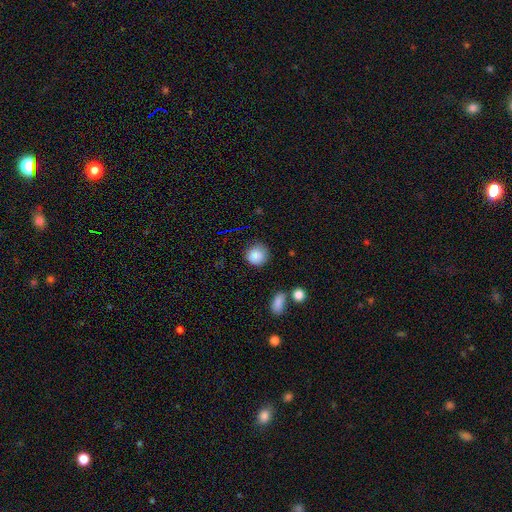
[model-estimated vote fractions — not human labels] smooth 85%, star or artifact 9%, featured or disk 6%. Down the decision tree: how rounded — round (87%); merging — none (78%).